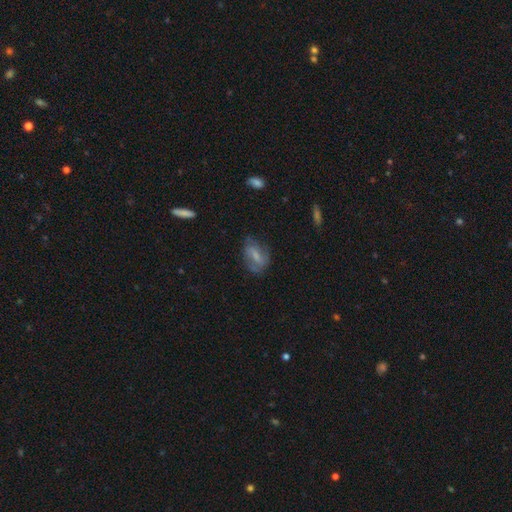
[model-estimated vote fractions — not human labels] Smooth or featured? Predicted: smooth (p=0.49). Merging? Predicted: none (p=0.54).